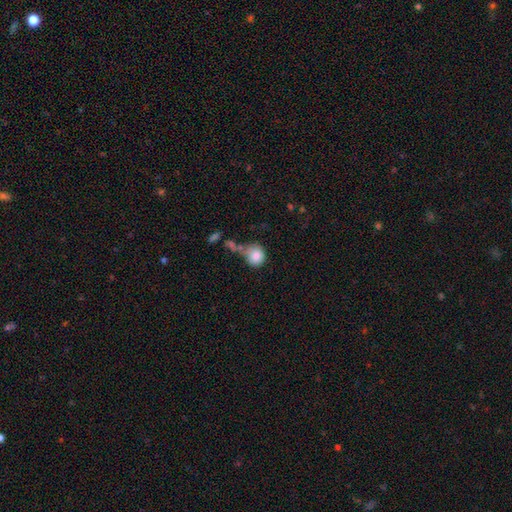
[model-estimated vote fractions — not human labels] Morphology: type=smooth (84%); roundness=round (82%); merging=none (39%).